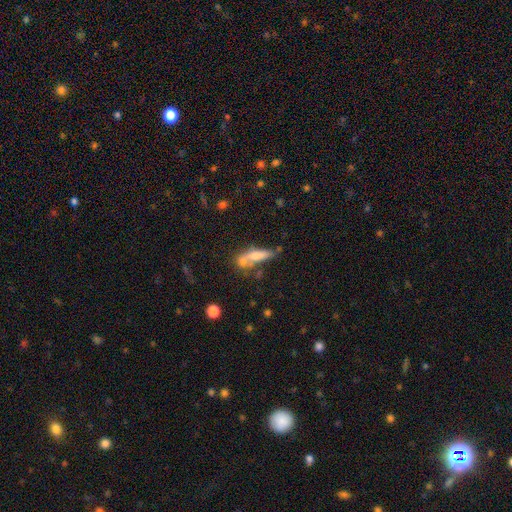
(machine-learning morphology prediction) A smooth galaxy with no disk features (59%) that is cigar-shaped (64%).

Vote fractions:
- Smooth or featured? smooth: 59% / featured or disk: 32% / star or artifact: 9%
- How rounded? cigar-shaped: 64% / in between: 32% / round: 4%
- Merging? none: 40% / merger: 33% / minor disturbance: 17% / major disturbance: 10%